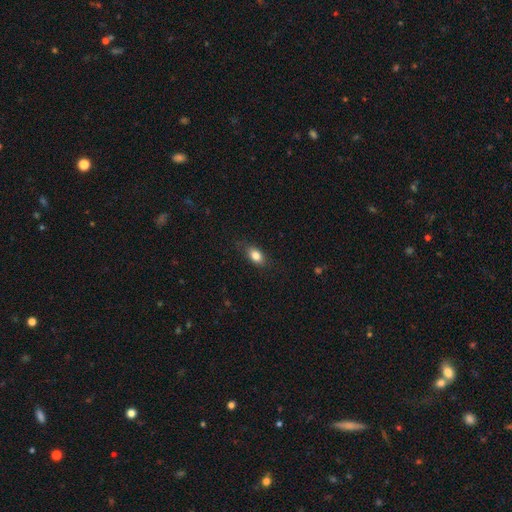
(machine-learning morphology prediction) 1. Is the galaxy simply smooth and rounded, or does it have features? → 83% smooth, 9% featured or disk, 8% star or artifact.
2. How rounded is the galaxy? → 84% in between, 11% round, 5% cigar-shaped.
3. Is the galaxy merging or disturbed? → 79% none, 16% minor disturbance, 4% major disturbance, 1% merger.